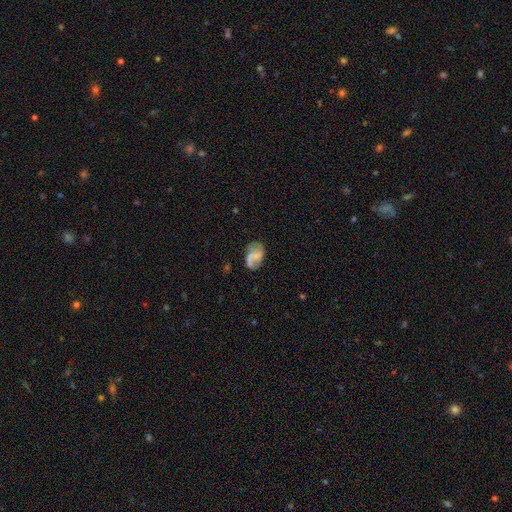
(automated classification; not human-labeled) This is possibly a featured or disk galaxy (55%). It is clearly not viewed edge-on (97%). Bar: possibly no (54%). Spiral arm pattern: clearly yes (82%). Central bulge: possibly none (57%). Merging: possibly none (57%).